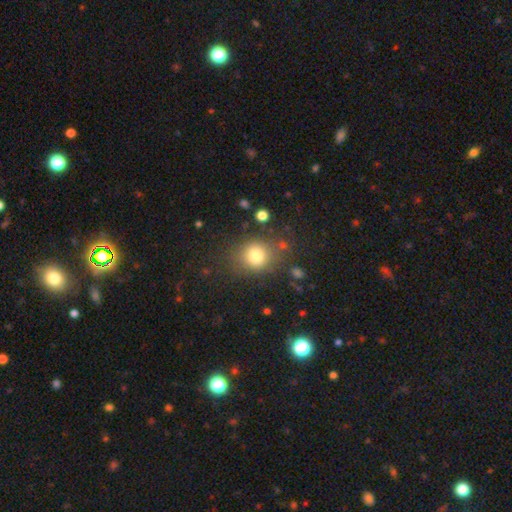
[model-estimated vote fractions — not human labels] Overall: smooth (79%). How rounded: round (74%). Merging: none (75%).